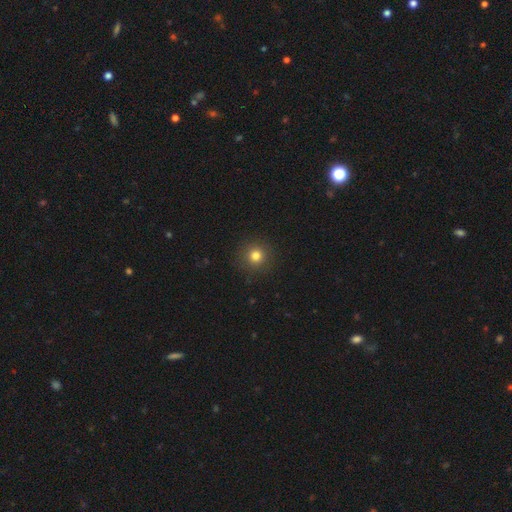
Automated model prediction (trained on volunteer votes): Q: Smooth or featured?
A: smooth (79%); runner-up: star or artifact (14%)
Q: How rounded?
A: round (94%); runner-up: in between (5%)
Q: Merging?
A: none (91%); runner-up: minor disturbance (5%)